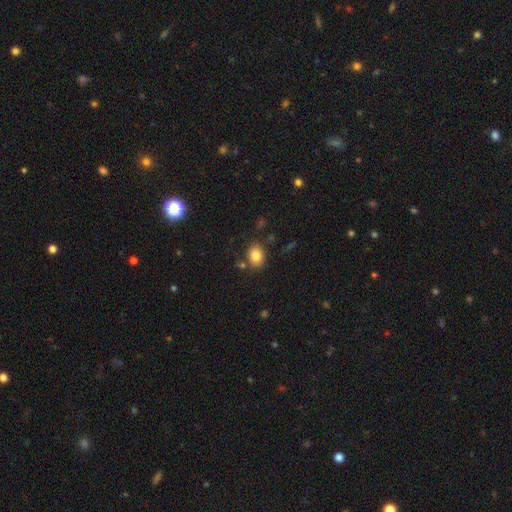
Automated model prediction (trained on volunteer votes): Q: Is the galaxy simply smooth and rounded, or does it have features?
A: smooth — 83%.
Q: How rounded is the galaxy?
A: in between — 64%.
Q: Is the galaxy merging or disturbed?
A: none — 80%.